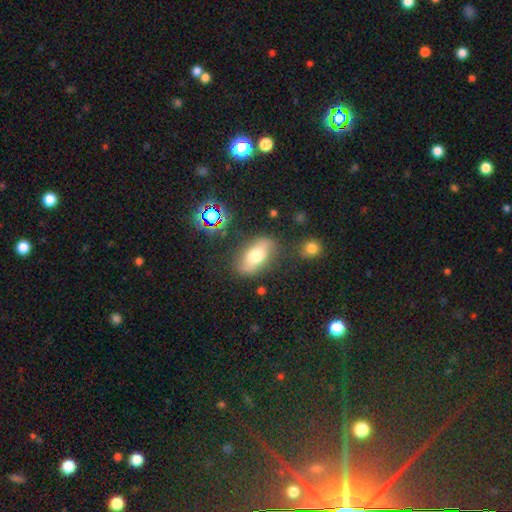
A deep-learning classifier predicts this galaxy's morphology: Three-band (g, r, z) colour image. It shows a smooth galaxy with no disk features (61%) that is in between round and cigar-shaped (88%). Merging: none (77%).